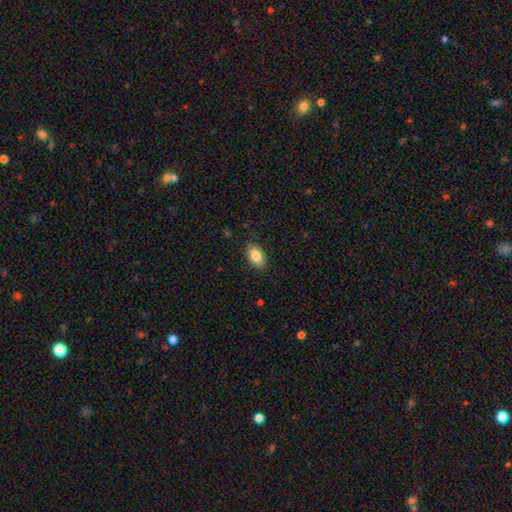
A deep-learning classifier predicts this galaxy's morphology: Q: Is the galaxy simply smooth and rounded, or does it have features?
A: smooth — 86%.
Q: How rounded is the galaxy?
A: in between — 92%.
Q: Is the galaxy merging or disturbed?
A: none — 85%.